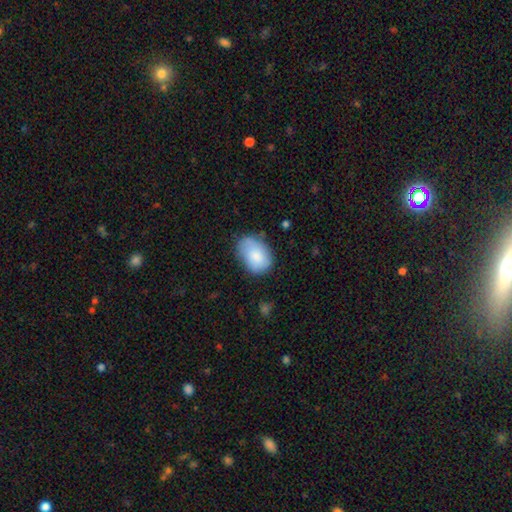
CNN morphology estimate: smooth 82%, featured or disk 12%, star or artifact 7%. Down the decision tree: how rounded — in between (83%); merging — none (63%).